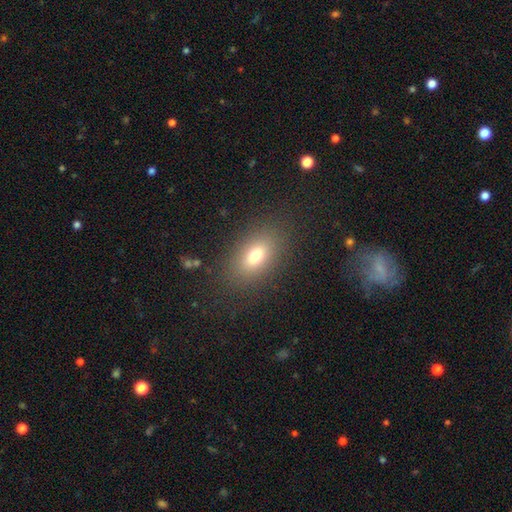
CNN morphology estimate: Smooth or featured? Predicted: smooth (p=0.69). How rounded? Predicted: in between (p=0.82). Merging? Predicted: none (p=0.85).